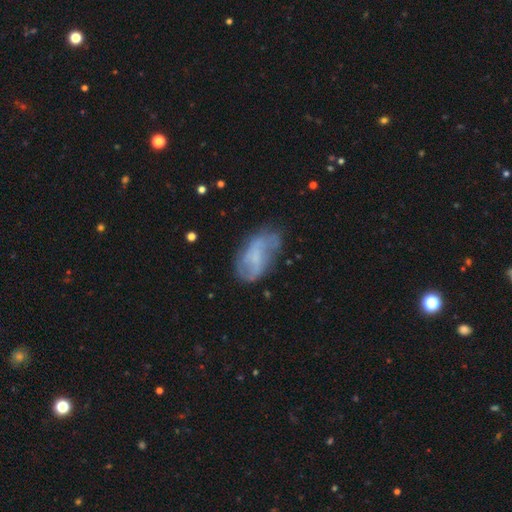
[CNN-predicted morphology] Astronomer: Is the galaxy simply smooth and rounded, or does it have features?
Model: featured or disk — 57% (runner-up: smooth, 34%).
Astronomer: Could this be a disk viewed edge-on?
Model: no — 96%.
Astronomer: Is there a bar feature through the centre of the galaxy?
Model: no — 53% (runner-up: weak, 37%).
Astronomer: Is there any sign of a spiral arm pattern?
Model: yes — 69%.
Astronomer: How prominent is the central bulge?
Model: none — 51% (runner-up: small, 31%).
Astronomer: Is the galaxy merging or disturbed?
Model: none — 54%.